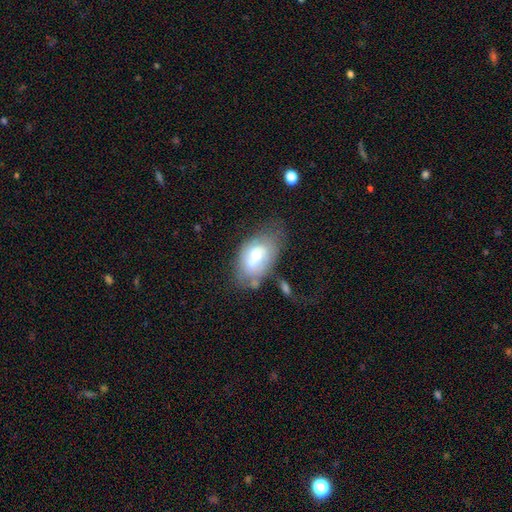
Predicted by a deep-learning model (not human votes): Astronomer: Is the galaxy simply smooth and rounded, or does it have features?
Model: smooth — 47% (runner-up: featured or disk, 45%).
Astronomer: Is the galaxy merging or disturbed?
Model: none — 42% (runner-up: minor disturbance, 27%).